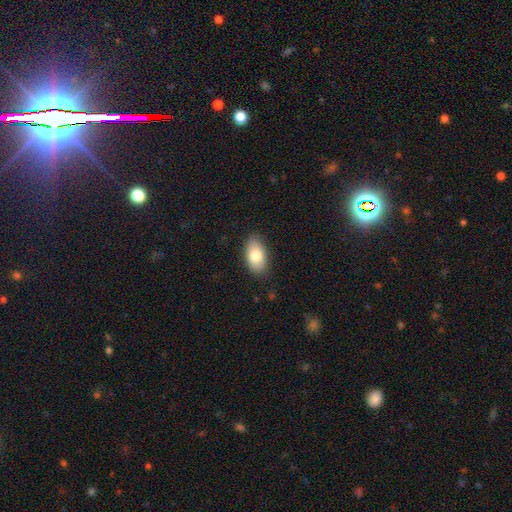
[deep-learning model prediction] Smooth or featured? smooth (78%)
How rounded? in between (93%)
Merging? none (84%)